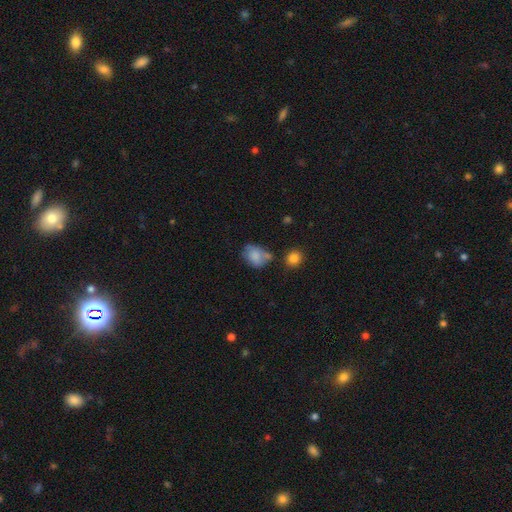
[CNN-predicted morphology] Overall: smooth (76%). How rounded: in between (67%; round 32%). Merging: none (42%; minor disturbance 27%).